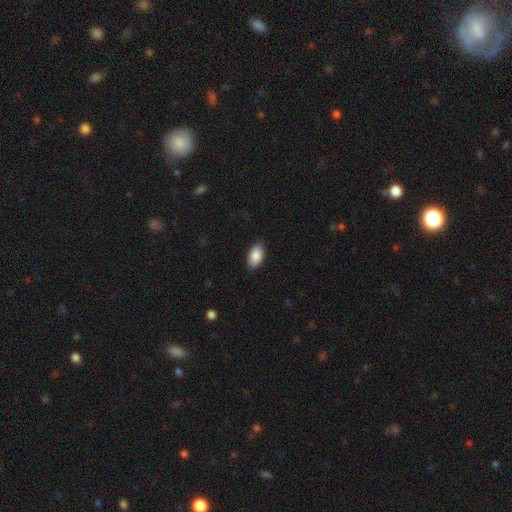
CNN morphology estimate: Smooth or featured: smooth — 88% (star or artifact — 7%)
How rounded: in between — 94% (round — 5%)
Merging: none — 84% (minor disturbance — 13%)